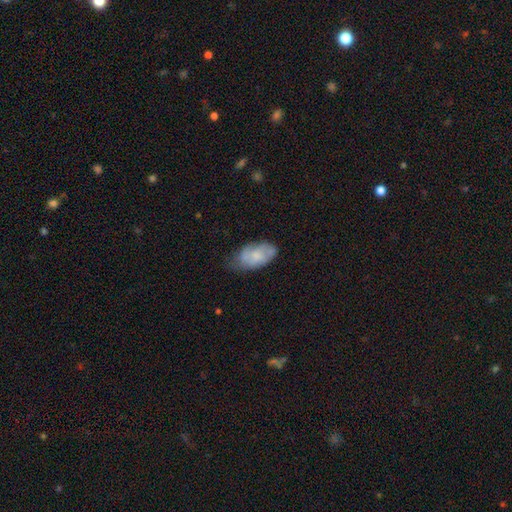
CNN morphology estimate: Smooth or featured? smooth (63%)
How rounded? in between (93%)
Merging? none (53%)